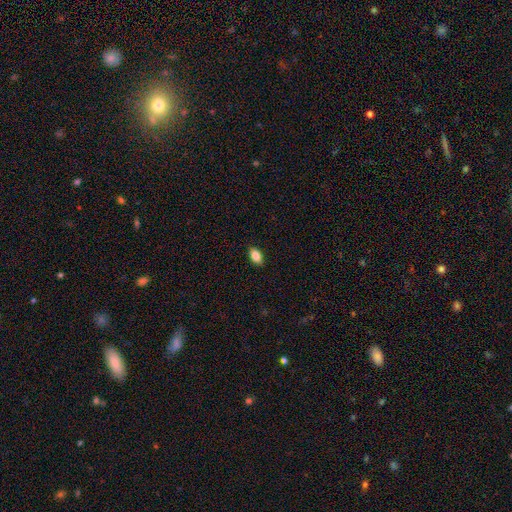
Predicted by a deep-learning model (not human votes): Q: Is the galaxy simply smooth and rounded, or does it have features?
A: smooth — 84%.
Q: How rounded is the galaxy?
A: in between — 90%.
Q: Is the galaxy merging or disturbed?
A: none — 89%.